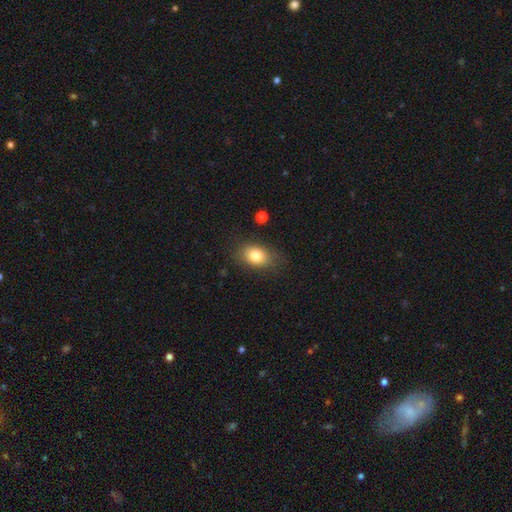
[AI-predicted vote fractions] Smooth or featured? Predicted: smooth (p=0.81). How rounded? Predicted: in between (p=0.77). Merging? Predicted: none (p=0.77).